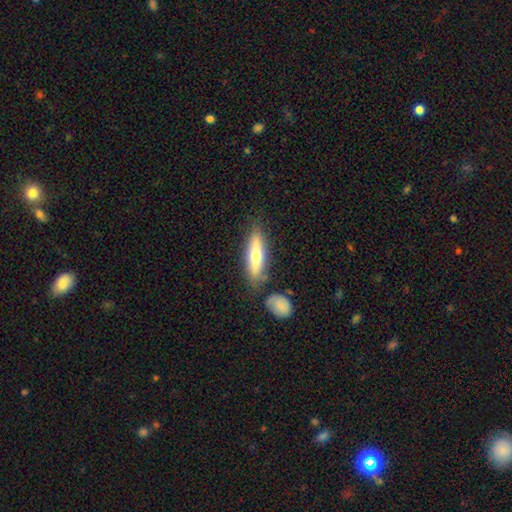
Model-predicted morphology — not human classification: Q: Smooth or featured?
A: smooth (56%); runner-up: featured or disk (38%)
Q: How rounded?
A: cigar-shaped (61%); runner-up: in between (37%)
Q: Merging?
A: none (73%); runner-up: minor disturbance (14%)